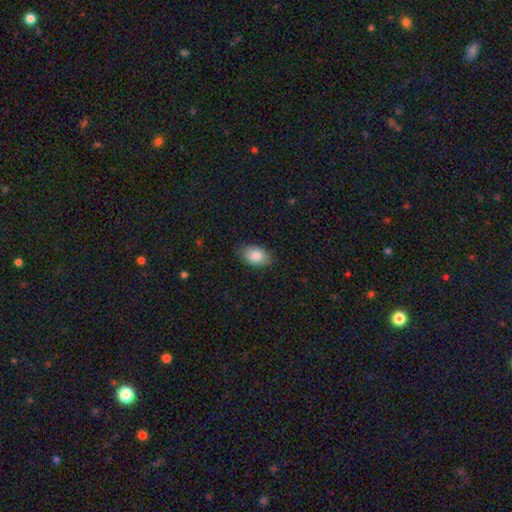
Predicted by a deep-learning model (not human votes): smooth-or-featured: smooth: 85% | featured or disk: 8% | star or artifact: 7%
  how-rounded: in between: 90% | round: 8% | cigar-shaped: 1%
  merging: none: 82% | minor disturbance: 14% | major disturbance: 3% | merger: 1%